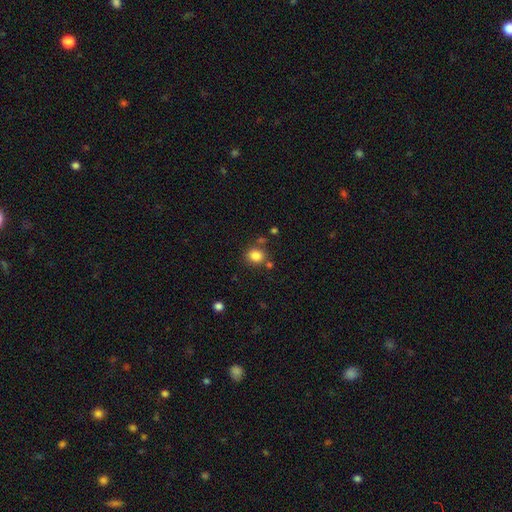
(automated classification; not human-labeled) smooth_or_featured: smooth (p=0.84) [alt: star or artifact p=0.11]
how_rounded: round (p=0.73) [alt: in between p=0.26]
merging: none (p=0.76) [alt: minor disturbance p=0.12]